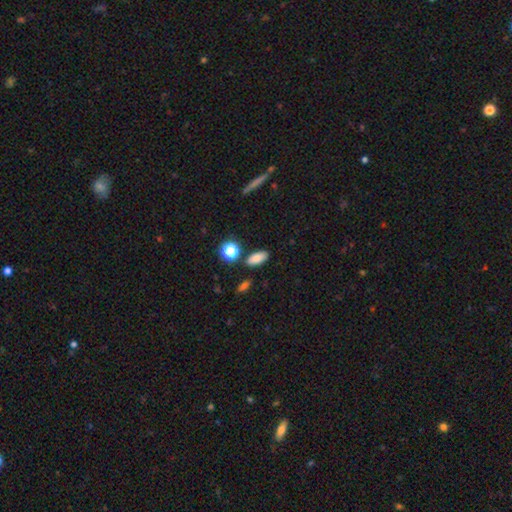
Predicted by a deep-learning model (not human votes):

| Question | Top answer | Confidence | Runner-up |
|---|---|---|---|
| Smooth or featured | smooth | 81% | star or artifact (12%) |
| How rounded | in between | 84% | cigar-shaped (8%) |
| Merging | none | 84% | minor disturbance (9%) |